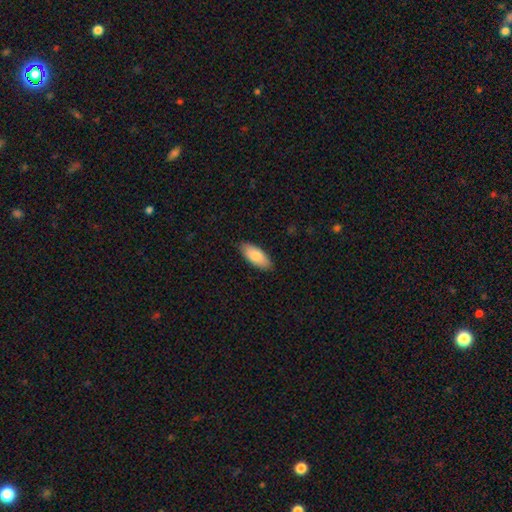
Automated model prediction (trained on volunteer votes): Smooth or featured?
  - smooth: 83% *
  - featured or disk: 12%
  - star or artifact: 6%
How rounded?
  - in between: 86% *
  - cigar-shaped: 12%
  - round: 2%
Merging?
  - none: 88% *
  - minor disturbance: 10%
  - major disturbance: 2%
  - merger: 1%